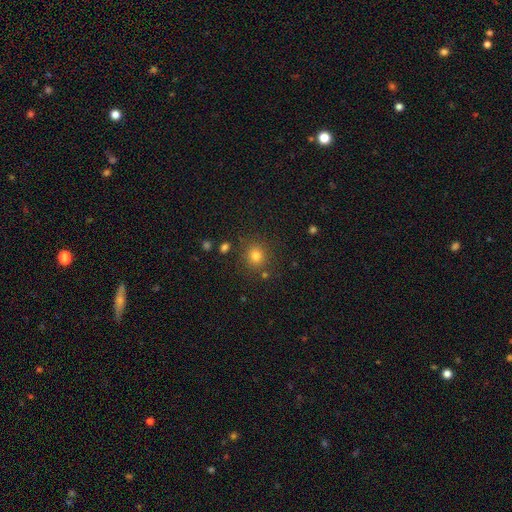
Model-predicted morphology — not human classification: The model was most divided on "smooth or featured": smooth: 79%, star or artifact: 15%, featured or disk: 6%. More confident: how rounded — round (88%); merging — none (84%).